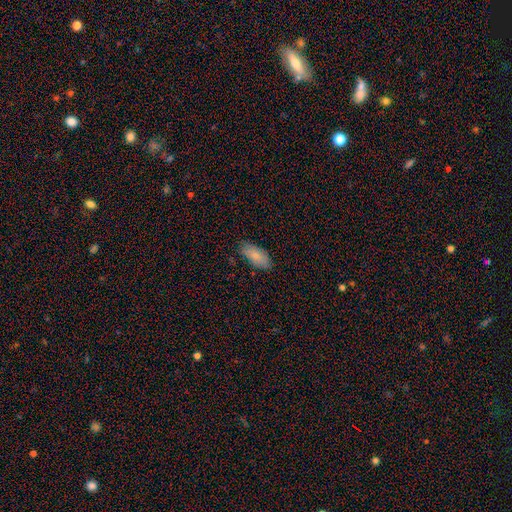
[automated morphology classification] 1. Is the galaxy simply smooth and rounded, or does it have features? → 84% smooth, 10% featured or disk, 6% star or artifact.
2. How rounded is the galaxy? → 89% in between, 9% cigar-shaped, 2% round.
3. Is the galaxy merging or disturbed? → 81% none, 15% minor disturbance, 3% major disturbance, 1% merger.